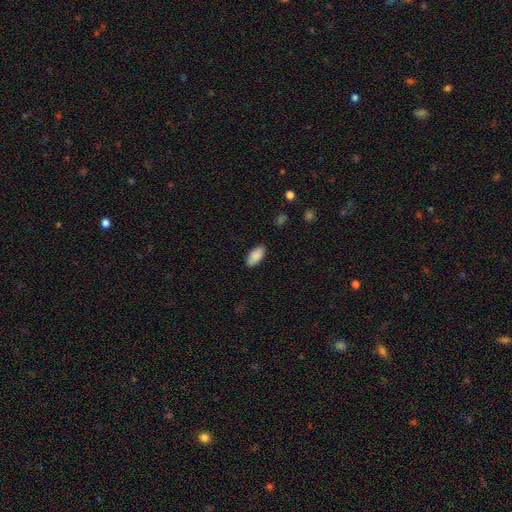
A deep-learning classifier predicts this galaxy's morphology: smooth 89%, star or artifact 6%, featured or disk 4%. Down the decision tree: how rounded — in between (94%); merging — none (86%).